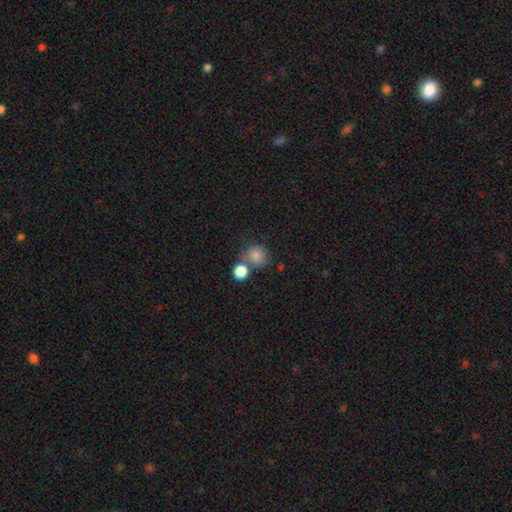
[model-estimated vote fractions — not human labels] Morphology: type=smooth (82%); roundness=round (82%); merging=none (51%).